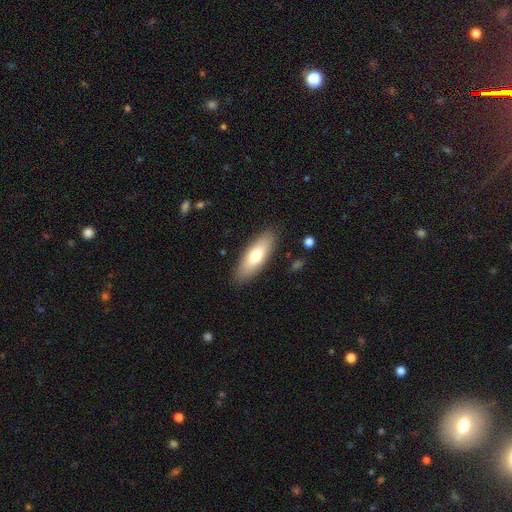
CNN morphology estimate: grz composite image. It shows a smooth galaxy with no disk features (70%) that is in between round and cigar-shaped (62%). Merging: none (88%).